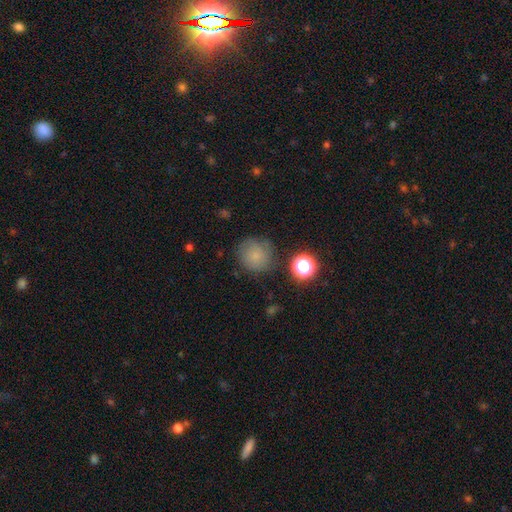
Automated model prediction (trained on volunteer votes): A smooth galaxy with no disk features (76%) that is round (91%).

Vote fractions:
- Smooth or featured? smooth: 76% / star or artifact: 14% / featured or disk: 11%
- How rounded? round: 91% / in between: 8% / cigar-shaped: 1%
- Merging? none: 74% / minor disturbance: 16% / major disturbance: 6% / merger: 4%